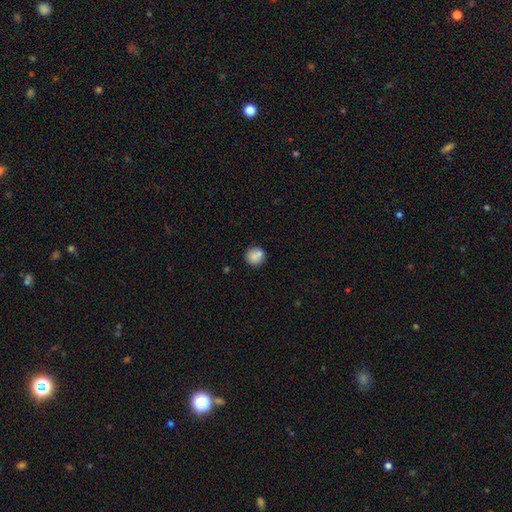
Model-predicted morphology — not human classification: A smooth galaxy with no disk features (82%) that is round (91%).

Vote fractions:
- Smooth or featured? smooth: 82% / featured or disk: 10% / star or artifact: 8%
- How rounded? round: 91% / in between: 8% / cigar-shaped: 1%
- Merging? none: 71% / merger: 14% / minor disturbance: 11% / major disturbance: 3%